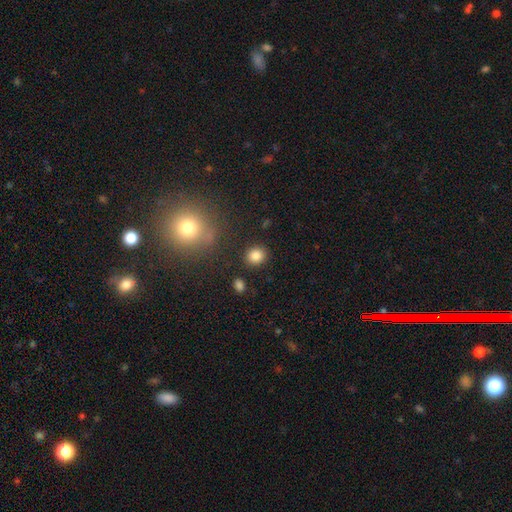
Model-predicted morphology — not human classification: smooth 85%, star or artifact 10%, featured or disk 5%. Down the decision tree: how rounded — round (74%); merging — none (86%).